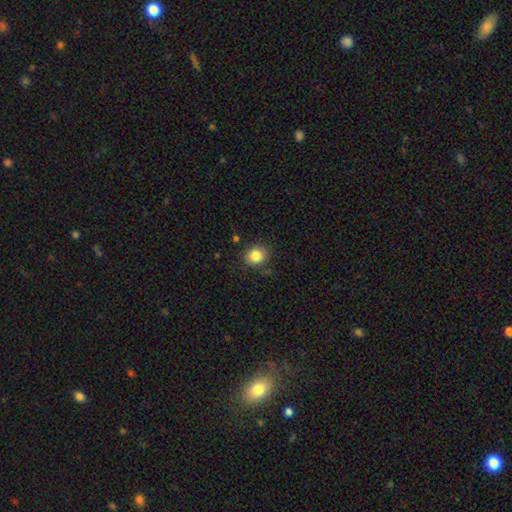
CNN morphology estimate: Smooth or featured? Predicted: smooth (p=0.85). How rounded? Predicted: round (p=0.75). Merging? Predicted: none (p=0.85).